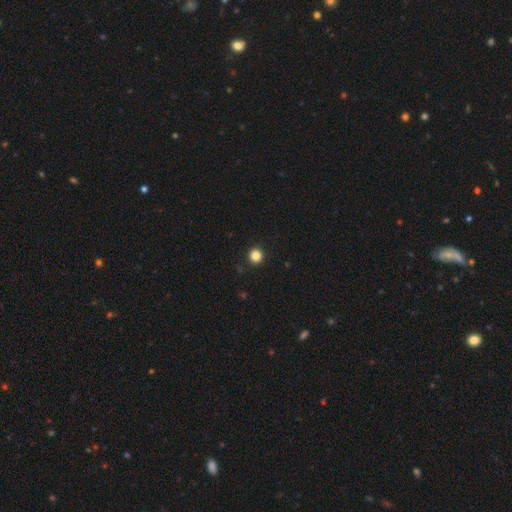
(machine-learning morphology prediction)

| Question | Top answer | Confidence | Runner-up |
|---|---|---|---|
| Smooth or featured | smooth | 84% | star or artifact (12%) |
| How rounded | round | 95% | in between (4%) |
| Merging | none | 93% | minor disturbance (4%) |